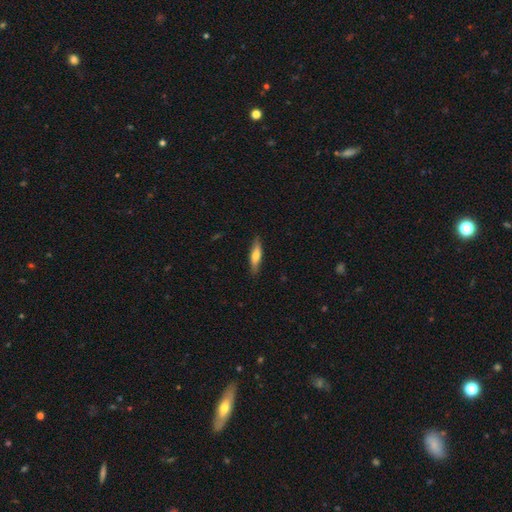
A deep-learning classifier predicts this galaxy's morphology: Q: Smooth or featured?
A: smooth (64%); runner-up: featured or disk (30%)
Q: How rounded?
A: cigar-shaped (68%); runner-up: in between (30%)
Q: Merging?
A: none (85%); runner-up: minor disturbance (12%)